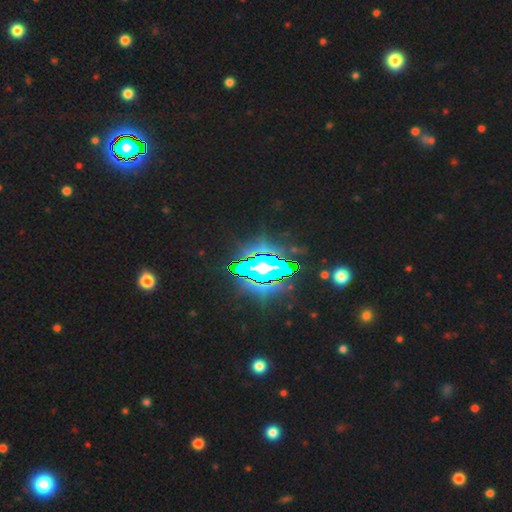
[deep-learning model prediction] A star or artifact, not a galaxy (82%).

Vote fractions:
- Smooth or featured? star or artifact: 82% / featured or disk: 9% / smooth: 9%